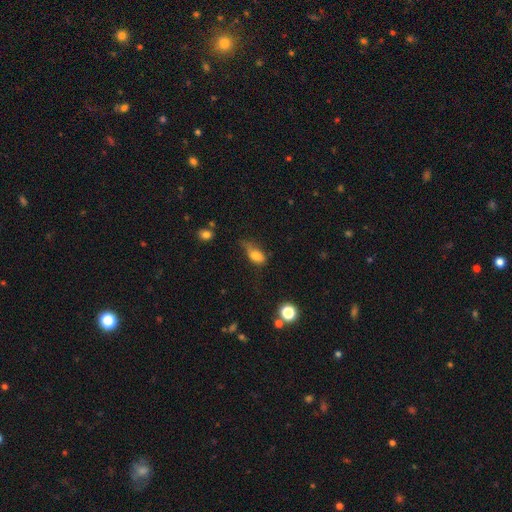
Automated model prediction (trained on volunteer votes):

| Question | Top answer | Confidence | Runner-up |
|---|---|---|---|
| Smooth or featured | smooth | 76% | featured or disk (14%) |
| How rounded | in between | 81% | round (11%) |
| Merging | minor disturbance | 39% | major disturbance (29%) |